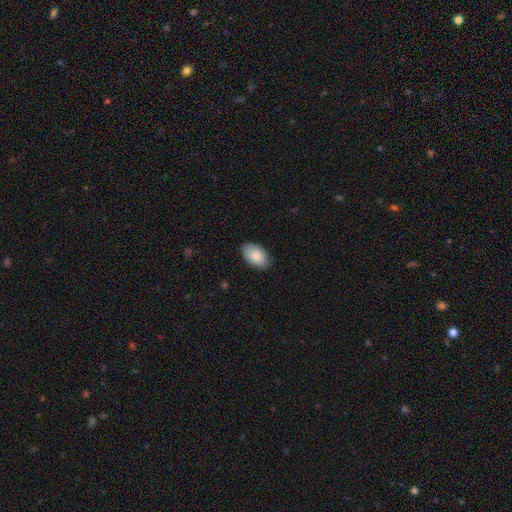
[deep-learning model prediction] A smooth galaxy with no disk features (87%) that is in between round and cigar-shaped (94%). Merging: none (85%).